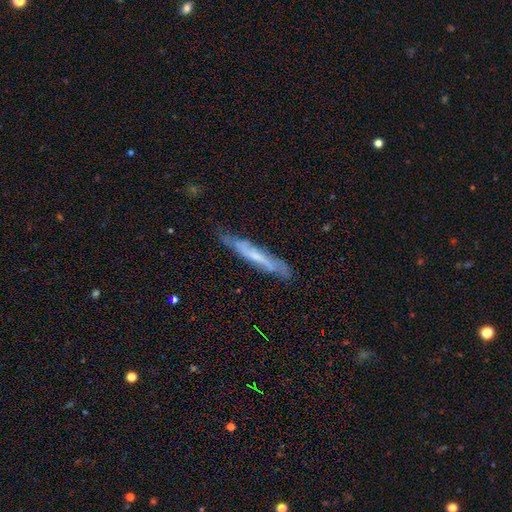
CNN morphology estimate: Smooth or featured? Predicted: featured or disk (p=0.60). Edge-on disk? Predicted: yes (p=0.65). Merging? Predicted: none (p=0.72).